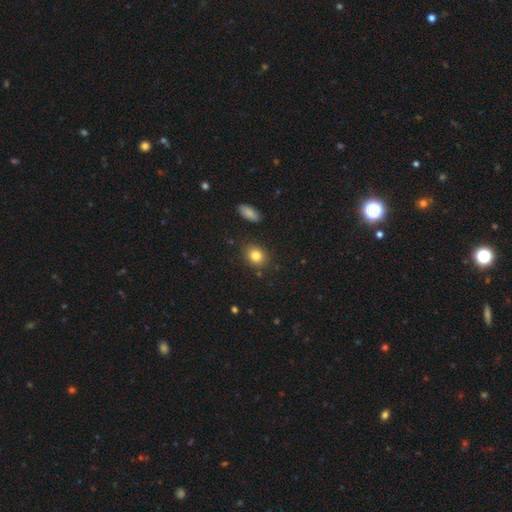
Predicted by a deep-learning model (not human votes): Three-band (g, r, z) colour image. It shows a smooth galaxy with no disk features (83%) that is round (61%). Merging: none (85%).